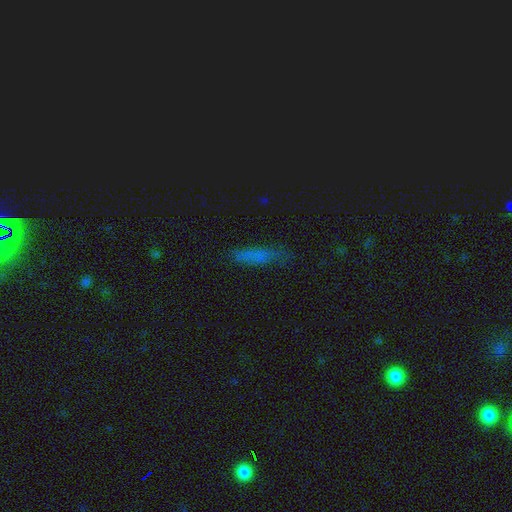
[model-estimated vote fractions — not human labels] Smooth or featured: smooth — 66% (star or artifact — 19%)
How rounded: cigar-shaped — 73% (in between — 23%)
Merging: none — 71% (minor disturbance — 22%)